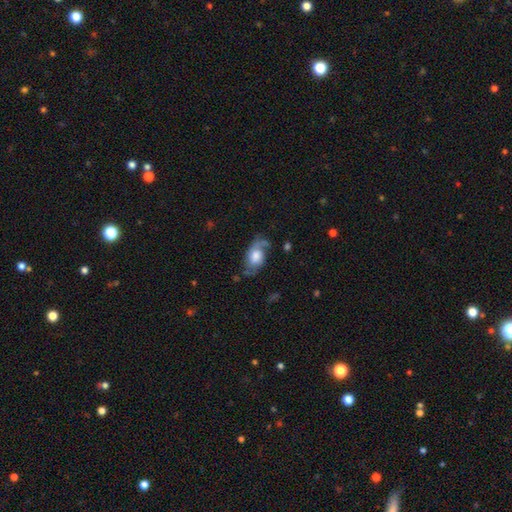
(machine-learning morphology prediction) featured or disk 60%, smooth 32%, star or artifact 8%. Down the decision tree: edge-on disk — no (94%); bar — no (72%); spiral arms — yes (85%); bulge size — large (49%); merging — none (54%).